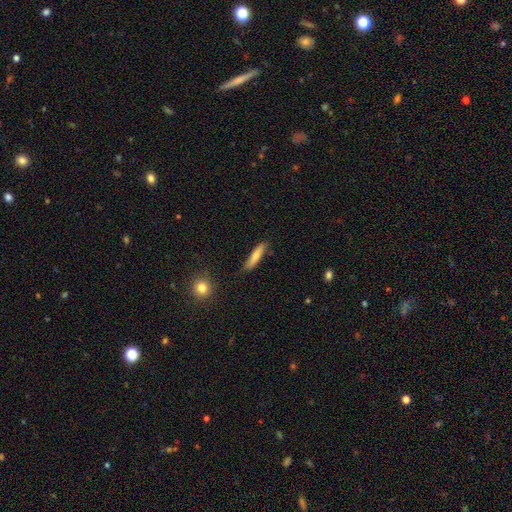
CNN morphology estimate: Q: Smooth or featured?
A: smooth (68%); runner-up: featured or disk (25%)
Q: How rounded?
A: cigar-shaped (85%); runner-up: in between (13%)
Q: Merging?
A: none (82%); runner-up: minor disturbance (14%)